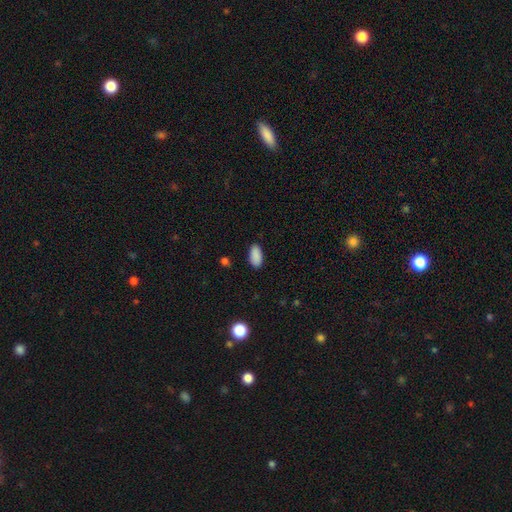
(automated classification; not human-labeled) Overall: smooth (90%). How rounded: in between (93%). Merging: none (87%).